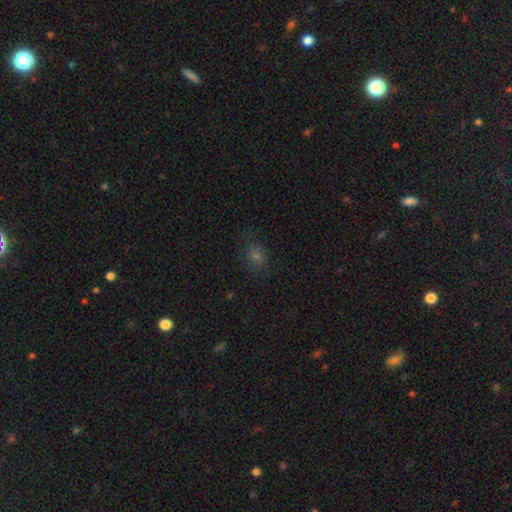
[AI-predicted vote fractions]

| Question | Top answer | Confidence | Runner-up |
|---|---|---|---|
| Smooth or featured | smooth | 57% | star or artifact (31%) |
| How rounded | round | 58% | in between (41%) |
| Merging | none | 78% | minor disturbance (15%) |